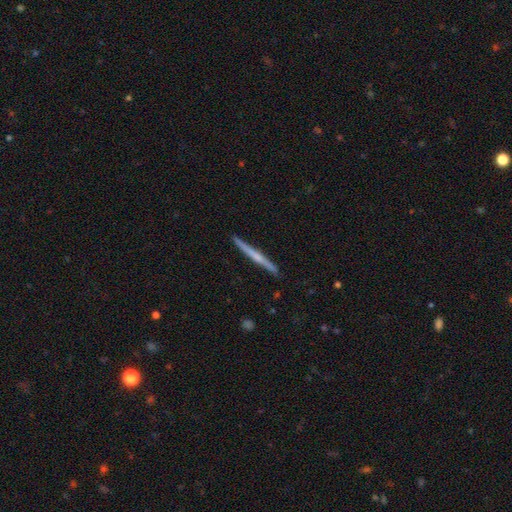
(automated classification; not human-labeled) smooth-or-featured: featured or disk: 64% | smooth: 30% | star or artifact: 5%
  disk-edge-on: yes: 98% | no: 2%
    edge-on-bulge: rounded: 48% | none: 43% | boxy: 9%
  merging: none: 91% | minor disturbance: 7% | major disturbance: 1% | merger: 1%